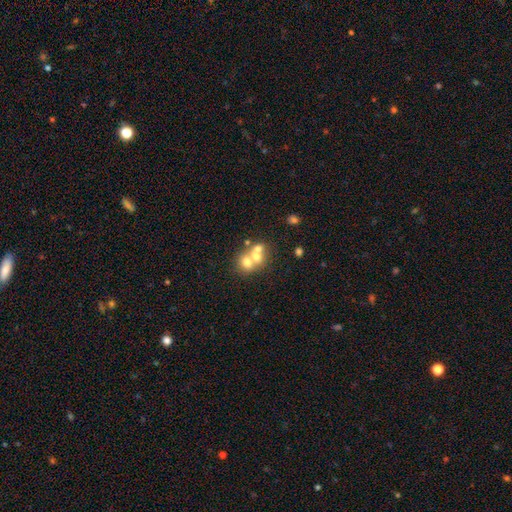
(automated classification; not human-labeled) The model was most divided on "smooth or featured": smooth: 60%, featured or disk: 27%, star or artifact: 13%. More confident: how rounded — round (70%); merging — merger (64%).